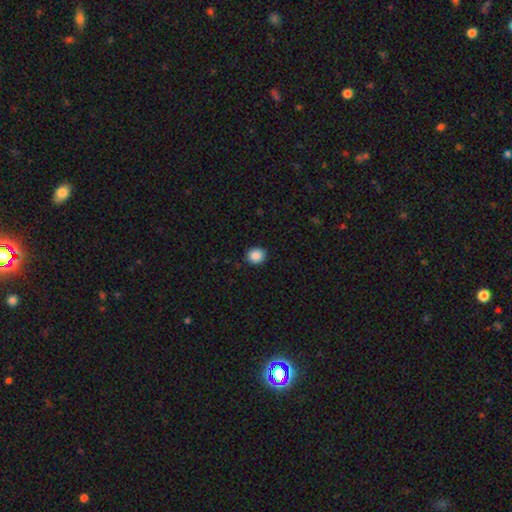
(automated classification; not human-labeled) Smooth or featured? smooth (88%)
How rounded? round (78%)
Merging? none (91%)